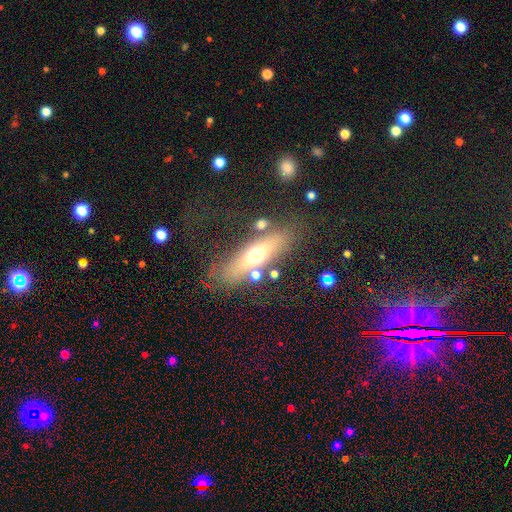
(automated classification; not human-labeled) Smooth or featured: smooth — 46% (featured or disk — 45%)
Merging: none — 73% (minor disturbance — 14%)